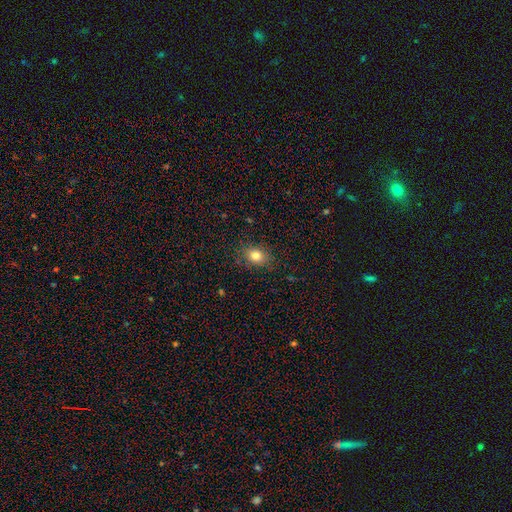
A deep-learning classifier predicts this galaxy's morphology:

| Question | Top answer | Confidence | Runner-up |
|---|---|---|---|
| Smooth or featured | smooth | 80% | star or artifact (11%) |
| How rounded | in between | 64% | round (35%) |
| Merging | none | 84% | minor disturbance (12%) |